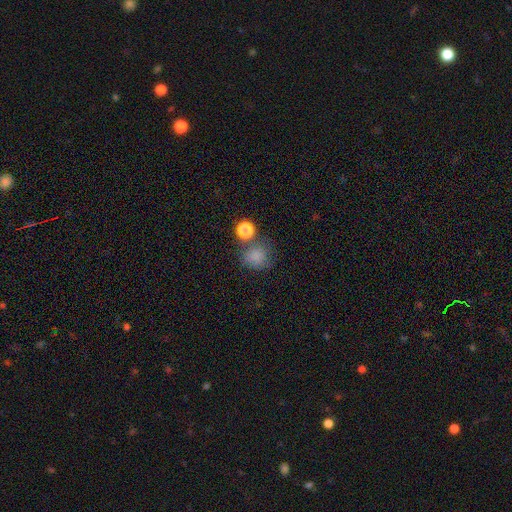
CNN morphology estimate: Q: Smooth or featured?
A: smooth (78%); runner-up: star or artifact (15%)
Q: How rounded?
A: round (79%); runner-up: in between (20%)
Q: Merging?
A: none (61%); runner-up: minor disturbance (16%)